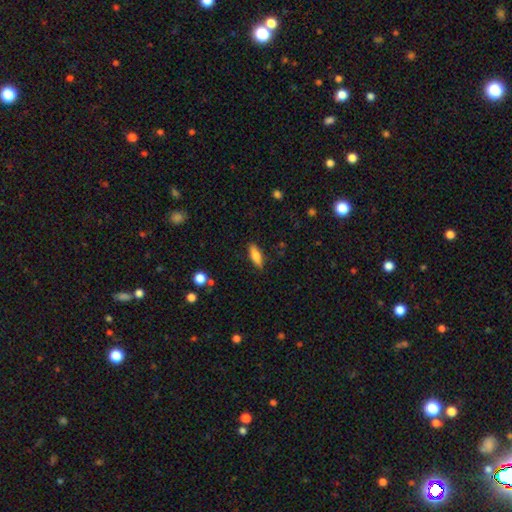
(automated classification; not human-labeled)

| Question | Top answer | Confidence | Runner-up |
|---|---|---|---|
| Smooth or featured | smooth | 77% | featured or disk (17%) |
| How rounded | in between | 57% | cigar-shaped (41%) |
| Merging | none | 86% | minor disturbance (11%) |